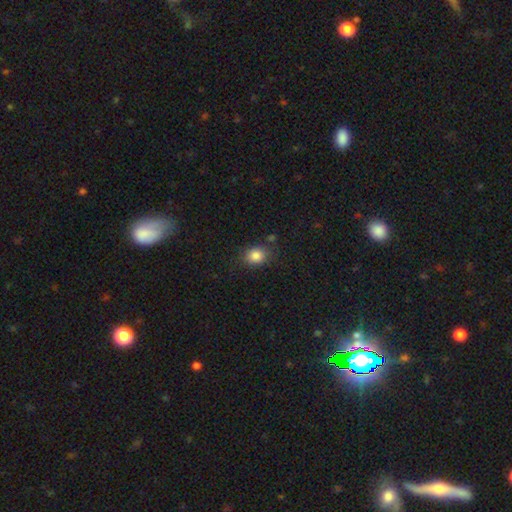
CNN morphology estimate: smooth 85%, star or artifact 10%, featured or disk 5%. Down the decision tree: how rounded — round (55%); merging — none (78%).